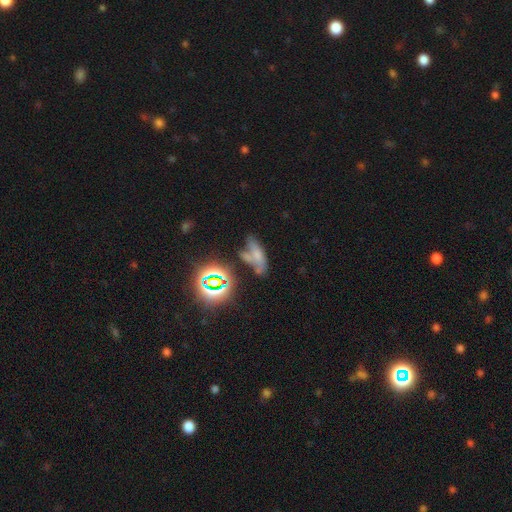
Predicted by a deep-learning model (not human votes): A smooth galaxy with no disk features (47%).

Vote fractions:
- Smooth or featured? smooth: 47% / star or artifact: 28% / featured or disk: 25%
- Merging? none: 35% / merger: 30% / minor disturbance: 20% / major disturbance: 16%